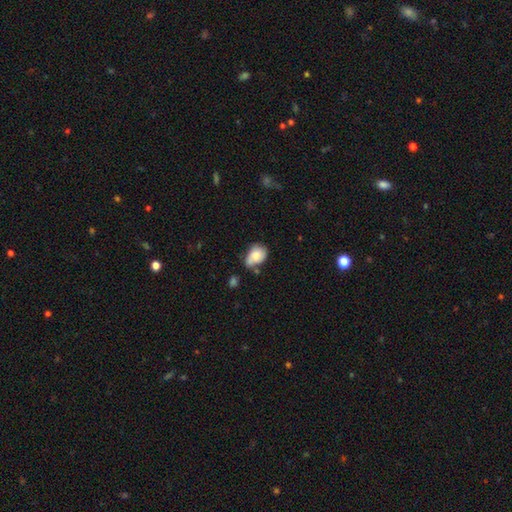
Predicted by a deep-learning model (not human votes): Morphology: type=smooth (74%); roundness=in between (75%); merging=minor disturbance (40%).